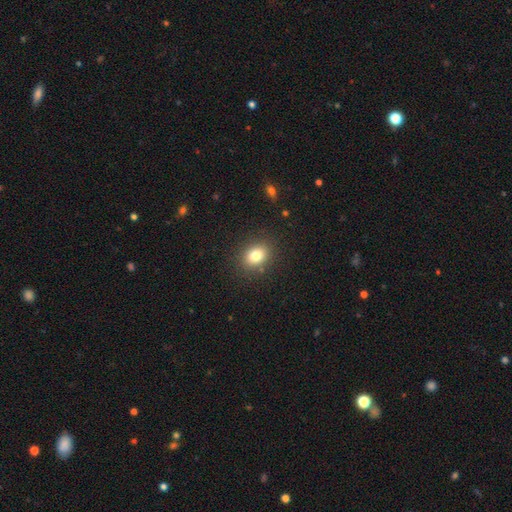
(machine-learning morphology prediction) type=smooth (81%); roundness=in between (55%); merging=none (86%).